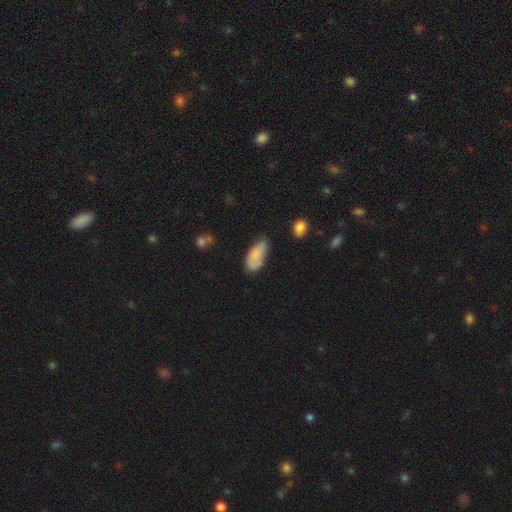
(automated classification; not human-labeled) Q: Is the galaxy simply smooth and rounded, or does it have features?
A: smooth — 78%.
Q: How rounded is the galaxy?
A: in between — 89%.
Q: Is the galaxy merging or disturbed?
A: none — 52%.